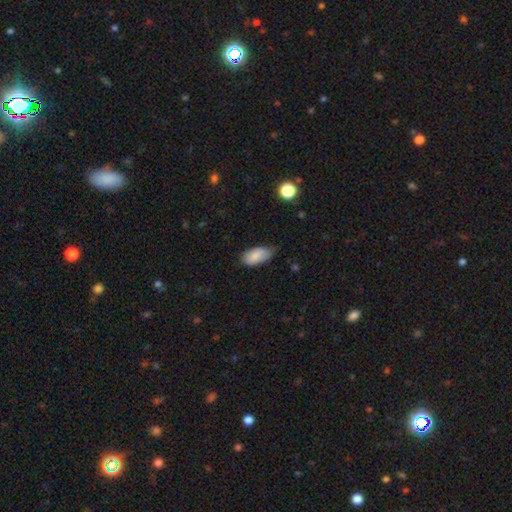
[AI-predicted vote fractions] Smooth or featured?
  - smooth: 85% *
  - featured or disk: 8%
  - star or artifact: 7%
How rounded?
  - in between: 94% *
  - cigar-shaped: 3%
  - round: 3%
Merging?
  - none: 59% *
  - minor disturbance: 34%
  - major disturbance: 5%
  - merger: 1%